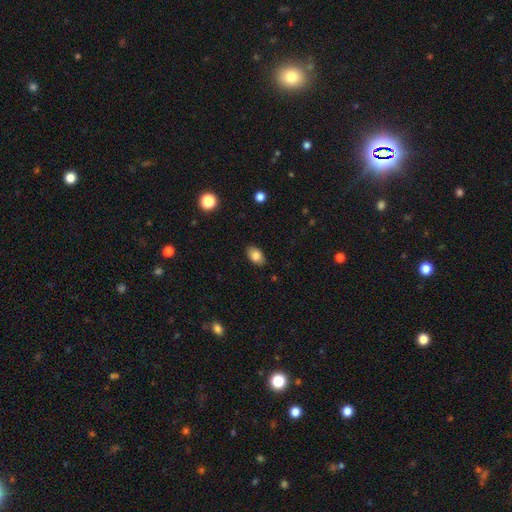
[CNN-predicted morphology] This is clearly a smooth galaxy (84%). How rounded: clearly in between (89%). Merging: clearly none (86%).